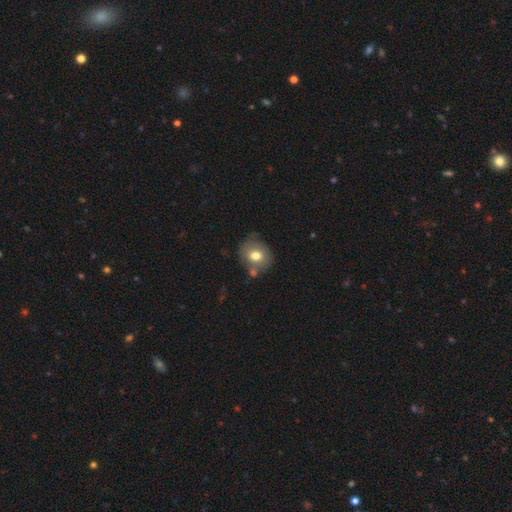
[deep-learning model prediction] Overall: smooth (71%). How rounded: round (67%; in between 32%). Merging: none (65%).